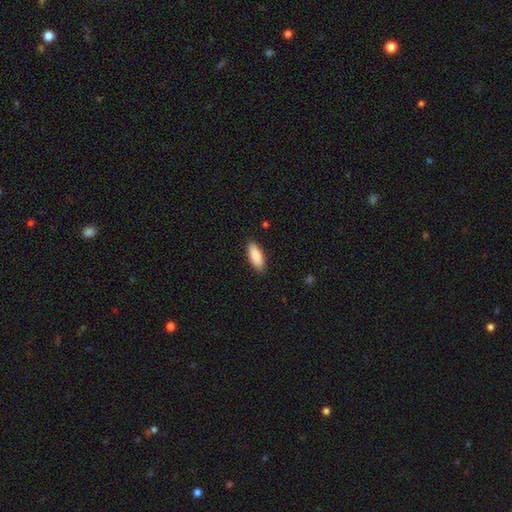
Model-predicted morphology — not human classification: A smooth galaxy with no disk features (87%) that is in between round and cigar-shaped (77%).

Vote fractions:
- Smooth or featured? smooth: 87% / featured or disk: 7% / star or artifact: 6%
- How rounded? in between: 77% / cigar-shaped: 21% / round: 2%
- Merging? none: 86% / minor disturbance: 11% / major disturbance: 2% / merger: 1%